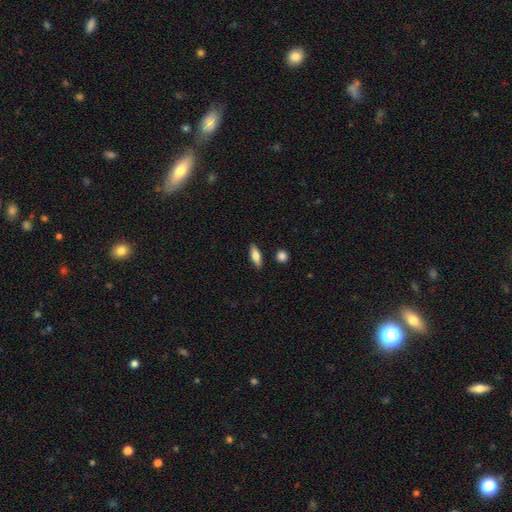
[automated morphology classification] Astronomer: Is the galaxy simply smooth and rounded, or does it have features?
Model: smooth — 75%.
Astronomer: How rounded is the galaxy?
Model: in between — 63%.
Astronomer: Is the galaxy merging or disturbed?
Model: none — 86%.